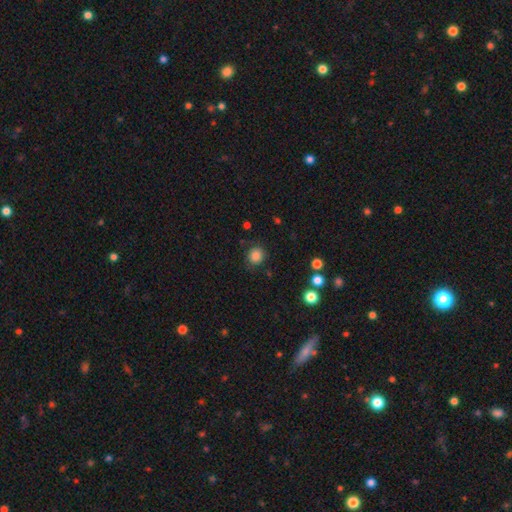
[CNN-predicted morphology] Q: Smooth or featured?
A: smooth (84%); runner-up: star or artifact (11%)
Q: How rounded?
A: round (83%); runner-up: in between (16%)
Q: Merging?
A: none (81%); runner-up: minor disturbance (13%)